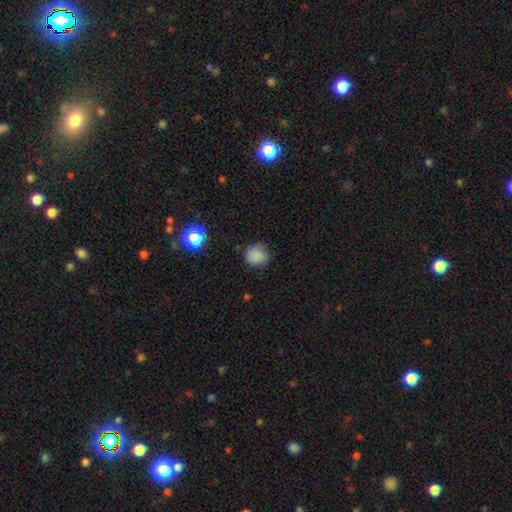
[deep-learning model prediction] A smooth galaxy with no disk features (84%) that is round (88%).

Vote fractions:
- Smooth or featured? smooth: 84% / star or artifact: 12% / featured or disk: 5%
- How rounded? round: 88% / in between: 11% / cigar-shaped: 1%
- Merging? none: 79% / minor disturbance: 16% / major disturbance: 4% / merger: 2%